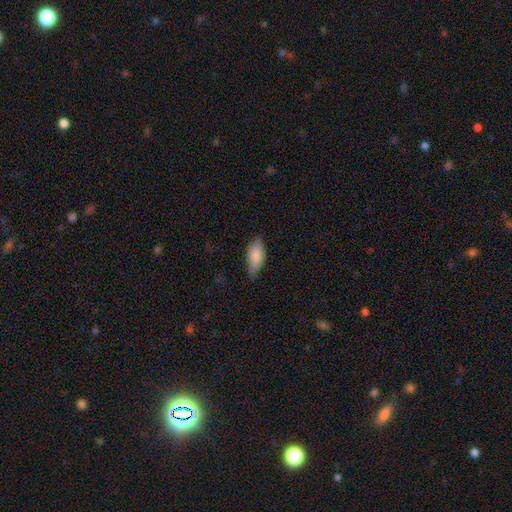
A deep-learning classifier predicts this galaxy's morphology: Q: Smooth or featured?
A: smooth (83%); runner-up: featured or disk (11%)
Q: How rounded?
A: in between (88%); runner-up: cigar-shaped (10%)
Q: Merging?
A: none (73%); runner-up: minor disturbance (22%)